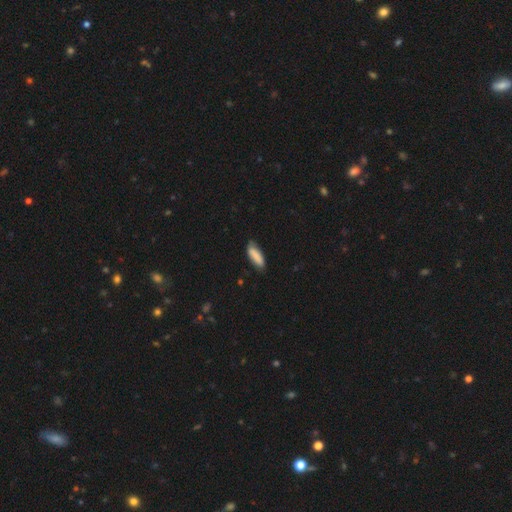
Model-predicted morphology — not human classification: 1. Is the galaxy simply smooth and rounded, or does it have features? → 85% smooth, 9% featured or disk, 6% star or artifact.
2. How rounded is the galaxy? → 59% in between, 39% cigar-shaped, 2% round.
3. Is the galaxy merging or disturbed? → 72% none, 23% minor disturbance, 4% major disturbance, 2% merger.